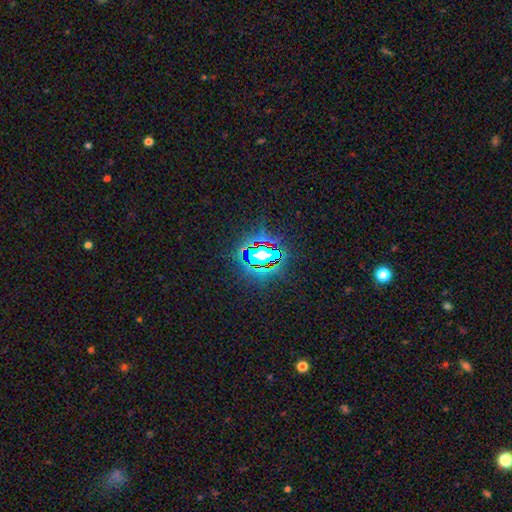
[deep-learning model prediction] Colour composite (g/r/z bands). It shows a star or artifact, not a galaxy (74%).